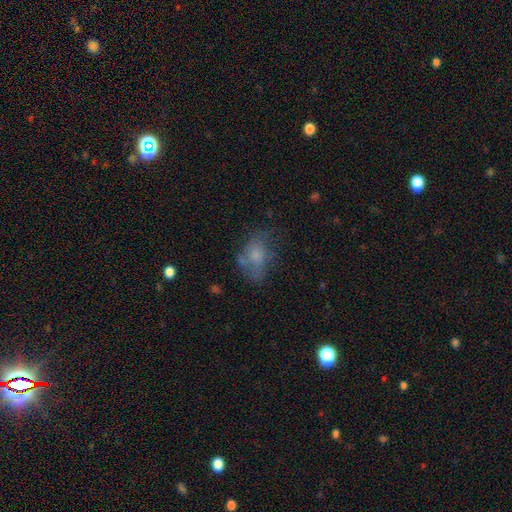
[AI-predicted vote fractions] This appears to be a smooth galaxy with no disk features (60%) that is in between round and cigar-shaped (78%). Merging: none (42%).